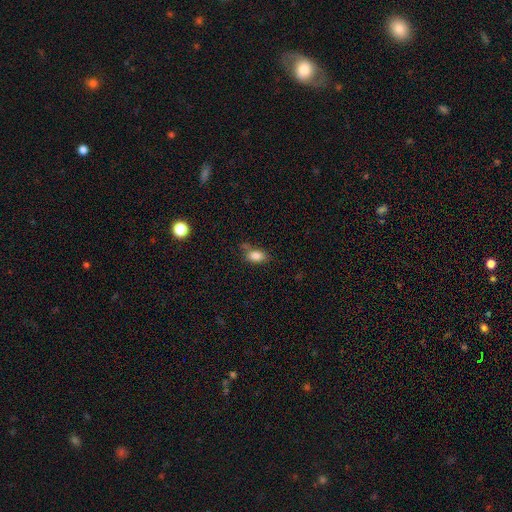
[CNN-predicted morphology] type=smooth (84%); roundness=in between (86%); merging=none (59%).